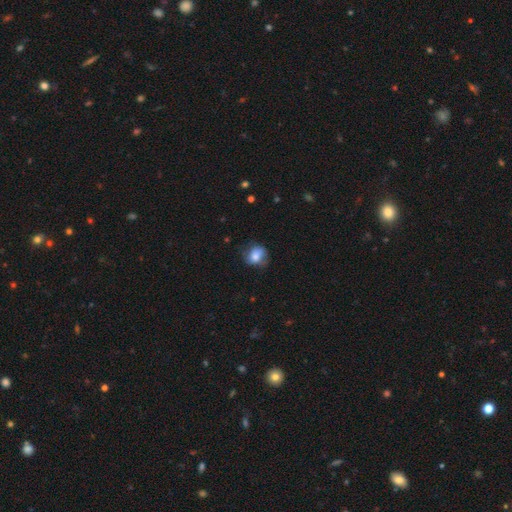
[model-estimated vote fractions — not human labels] This is likely a smooth galaxy (73%). How rounded: possibly round (56%). Merging: possibly none (60%).